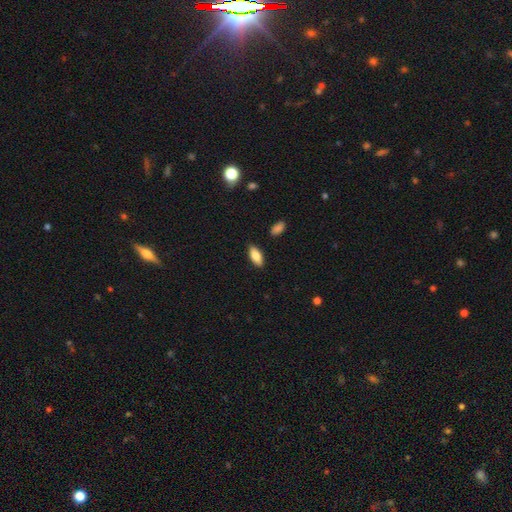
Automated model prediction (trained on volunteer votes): This appears to be a smooth galaxy with no disk features (84%) that is in between round and cigar-shaped (85%). Merging: none (87%).